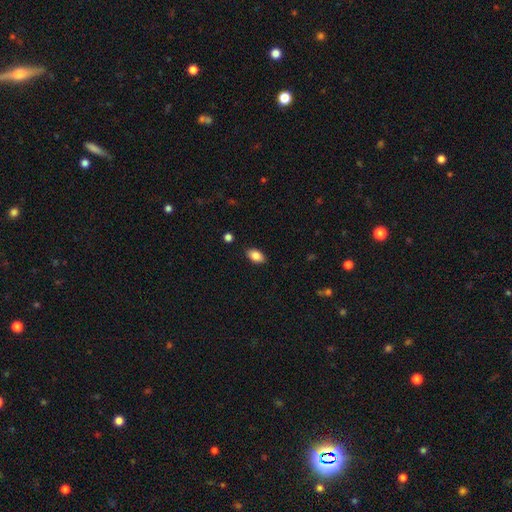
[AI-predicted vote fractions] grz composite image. It shows a smooth galaxy with no disk features (85%) that is in between round and cigar-shaped (92%). Merging: none (88%).